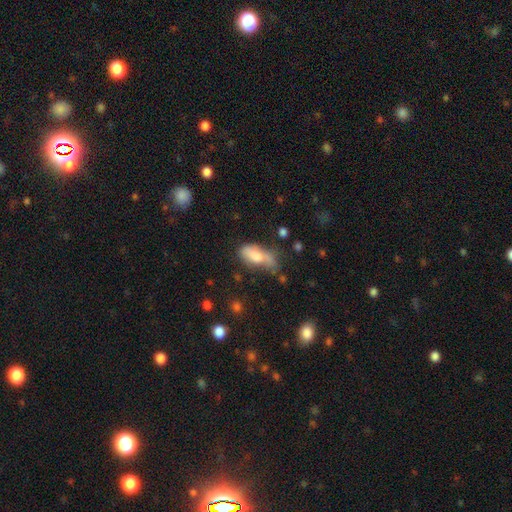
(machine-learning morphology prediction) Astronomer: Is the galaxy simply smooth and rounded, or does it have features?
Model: smooth — 68%.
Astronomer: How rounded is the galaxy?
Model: in between — 82%.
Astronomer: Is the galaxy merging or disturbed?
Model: minor disturbance — 36% (runner-up: none, 31%).